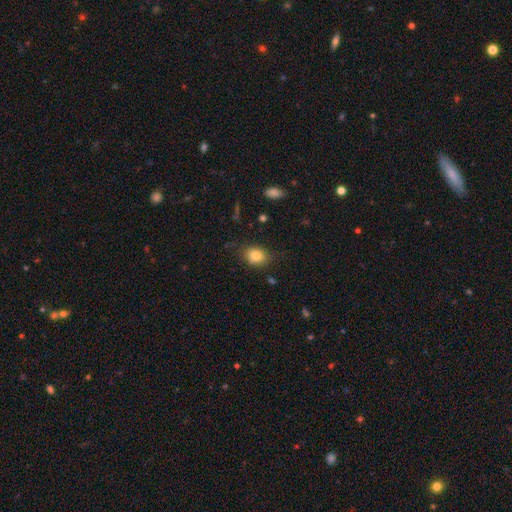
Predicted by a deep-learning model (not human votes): A smooth galaxy with no disk features (80%) that is in between round and cigar-shaped (60%).

Vote fractions:
- Smooth or featured? smooth: 80% / star or artifact: 10% / featured or disk: 10%
- How rounded? in between: 60% / round: 38% / cigar-shaped: 1%
- Merging? none: 77% / minor disturbance: 17% / major disturbance: 4% / merger: 2%